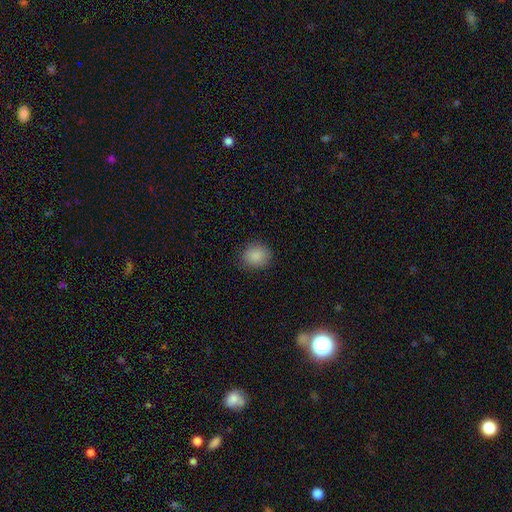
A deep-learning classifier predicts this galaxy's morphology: smooth-or-featured: smooth: 88% | star or artifact: 9% | featured or disk: 3%
  how-rounded: round: 76% | in between: 23% | cigar-shaped: 1%
  merging: none: 88% | minor disturbance: 9% | major disturbance: 3% | merger: 1%